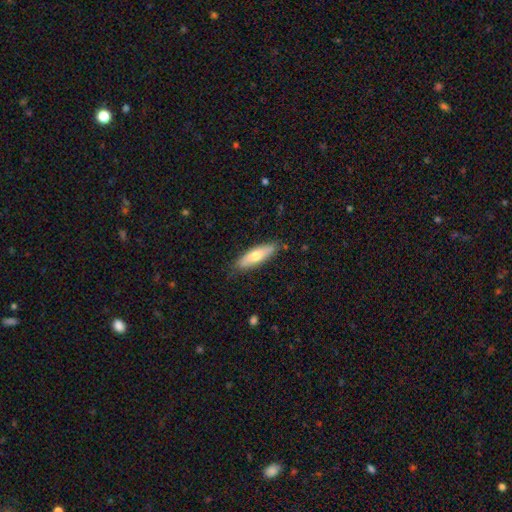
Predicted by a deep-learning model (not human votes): Morphology: type=smooth (64%); roundness=cigar-shaped (55%); merging=none (82%).